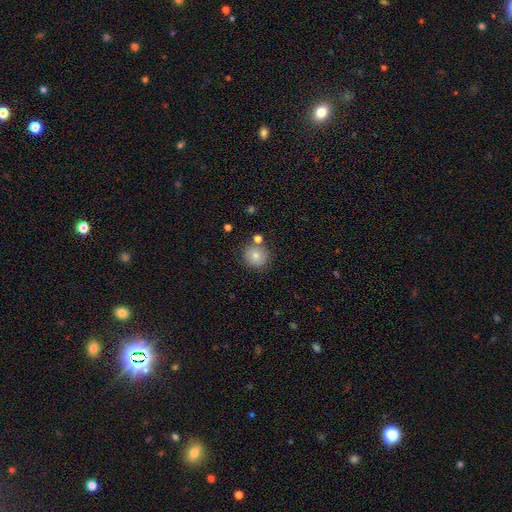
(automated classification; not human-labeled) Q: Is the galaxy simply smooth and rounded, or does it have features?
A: smooth — 78%.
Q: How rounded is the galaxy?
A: round — 89%.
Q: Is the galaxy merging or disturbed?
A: none — 76%.